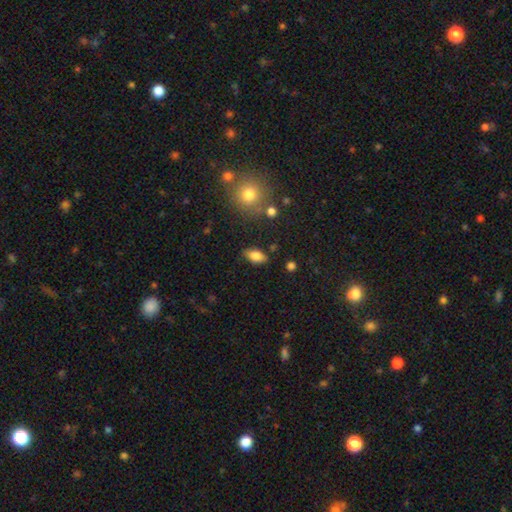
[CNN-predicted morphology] smooth_or_featured: smooth (p=0.78) [alt: featured or disk p=0.14]
how_rounded: in between (p=0.88) [alt: round p=0.07]
merging: none (p=0.82) [alt: minor disturbance p=0.13]